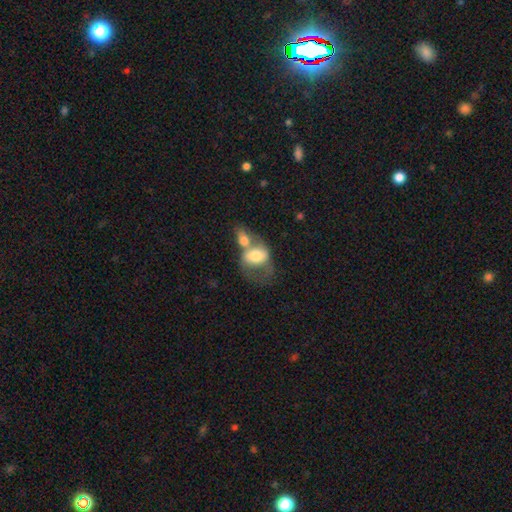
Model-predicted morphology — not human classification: A smooth galaxy with no disk features (62%) that is in between round and cigar-shaped (66%).

Vote fractions:
- Smooth or featured? smooth: 62% / featured or disk: 30% / star or artifact: 8%
- How rounded? in between: 66% / round: 32% / cigar-shaped: 2%
- Merging? merger: 70% / none: 13% / major disturbance: 10% / minor disturbance: 8%